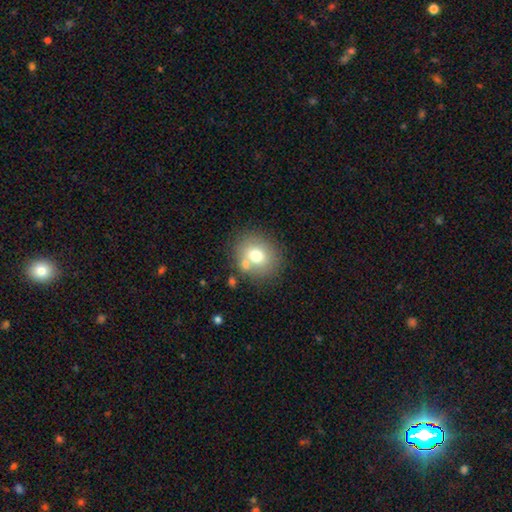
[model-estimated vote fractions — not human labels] The model was most divided on "how rounded": round: 71%, in between: 28%, cigar-shaped: 1%. More confident: smooth or featured — smooth (71%); merging — none (69%).